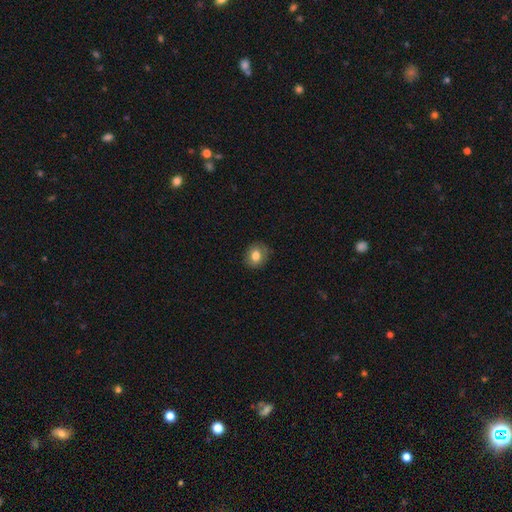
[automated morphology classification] Smooth or featured? Predicted: smooth (p=0.79). How rounded? Predicted: round (p=0.68). Merging? Predicted: none (p=0.85).